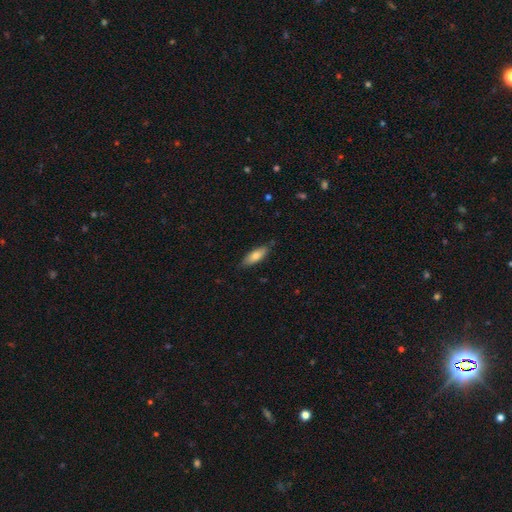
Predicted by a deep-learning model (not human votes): This is likely a smooth galaxy (74%). How rounded: likely in between (64%). Merging: clearly none (81%).